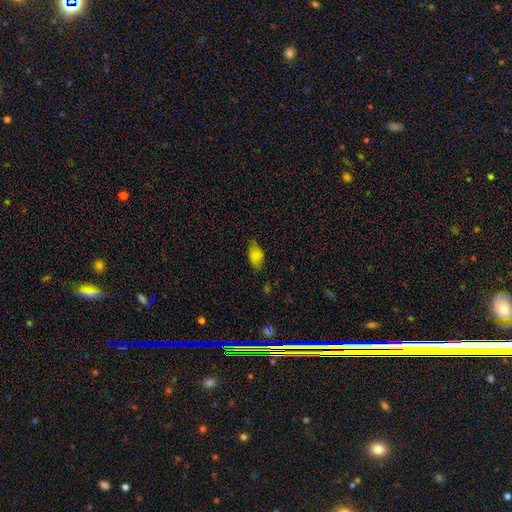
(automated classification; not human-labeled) smooth_or_featured: smooth (p=0.81) [alt: featured or disk p=0.10]
how_rounded: in between (p=0.91) [alt: round p=0.06]
merging: none (p=0.67) [alt: minor disturbance p=0.27]